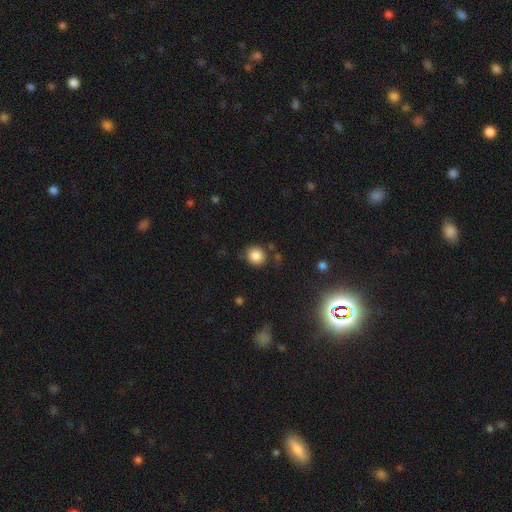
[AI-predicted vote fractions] Overall: smooth (85%). How rounded: round (79%). Merging: none (80%).